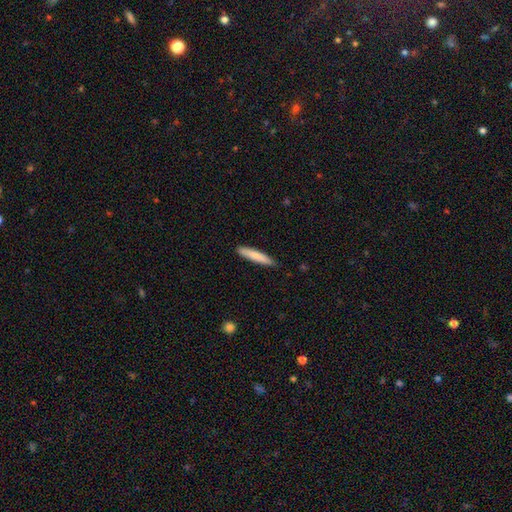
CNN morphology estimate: A smooth galaxy with no disk features (80%) that is cigar-shaped (90%). Merging: none (86%).